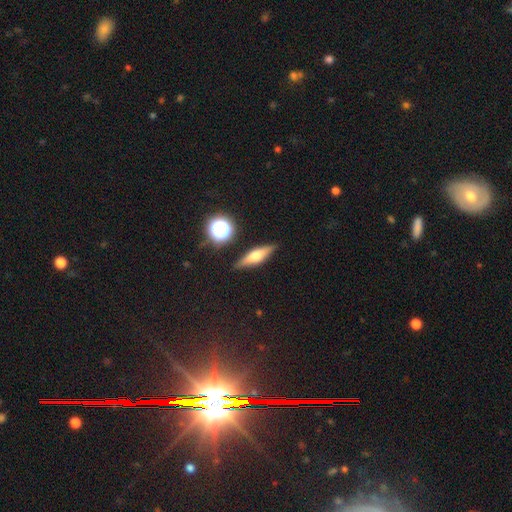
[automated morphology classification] Overall: featured or disk (46%; smooth 44%). Merging: none (85%).